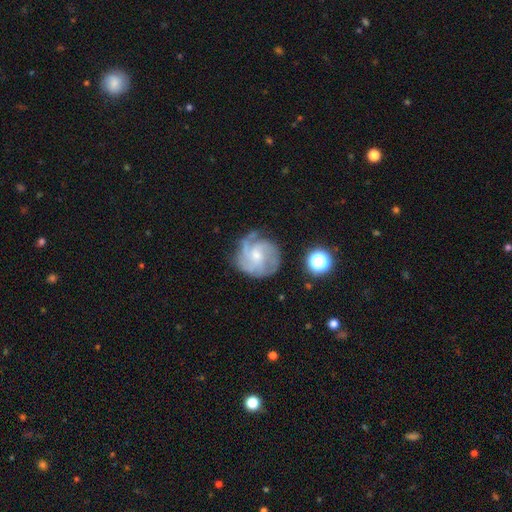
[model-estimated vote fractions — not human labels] featured or disk 81%, smooth 12%, star or artifact 7%. Down the decision tree: edge-on disk — no (98%); bar — no (60%); spiral arms — yes (95%); spiral arm count — 3 (39%); spiral winding — medium (43%, tied with tight); bulge size — small (55%); merging — none (64%).